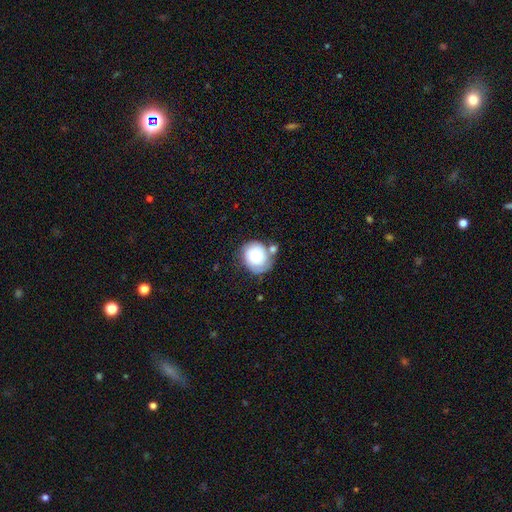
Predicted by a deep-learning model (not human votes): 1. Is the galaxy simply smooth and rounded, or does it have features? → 58% smooth, 34% featured or disk, 7% star or artifact.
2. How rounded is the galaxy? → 76% round, 24% in between, 1% cigar-shaped.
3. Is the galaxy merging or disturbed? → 49% none, 23% minor disturbance, 19% merger, 10% major disturbance.